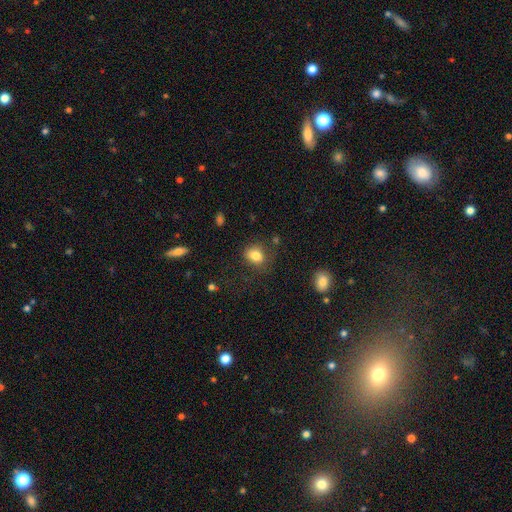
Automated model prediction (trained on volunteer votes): A smooth galaxy with no disk features (82%) that is in between round and cigar-shaped (51%).

Vote fractions:
- Smooth or featured? smooth: 82% / star or artifact: 10% / featured or disk: 7%
- How rounded? in between: 51% / round: 48% / cigar-shaped: 1%
- Merging? none: 72% / minor disturbance: 18% / major disturbance: 8% / merger: 2%